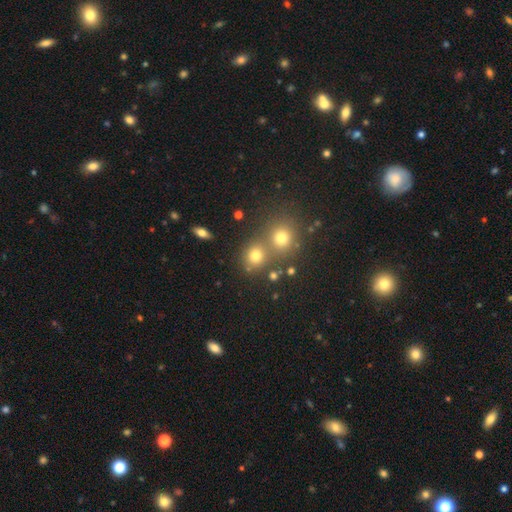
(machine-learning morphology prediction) smooth-or-featured: smooth: 73% | star or artifact: 18% | featured or disk: 9%
  how-rounded: round: 80% | in between: 19% | cigar-shaped: 1%
  merging: none: 59% | merger: 30% | minor disturbance: 8% | major disturbance: 3%